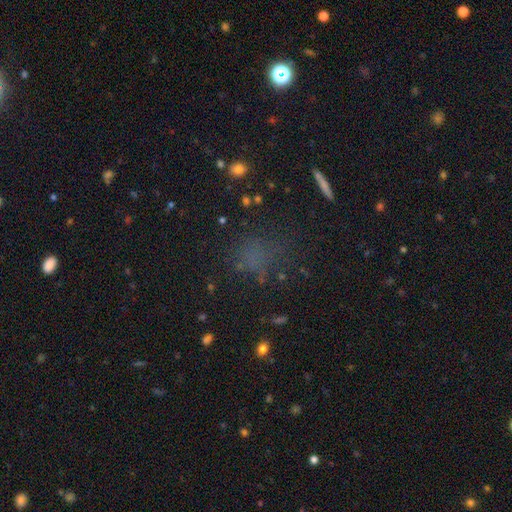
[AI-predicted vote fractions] Smooth or featured?
  - smooth: 52% *
  - star or artifact: 34%
  - featured or disk: 14%
How rounded?
  - round: 66% *
  - in between: 30%
  - cigar-shaped: 4%
Merging?
  - none: 65% *
  - minor disturbance: 17%
  - major disturbance: 13%
  - merger: 4%